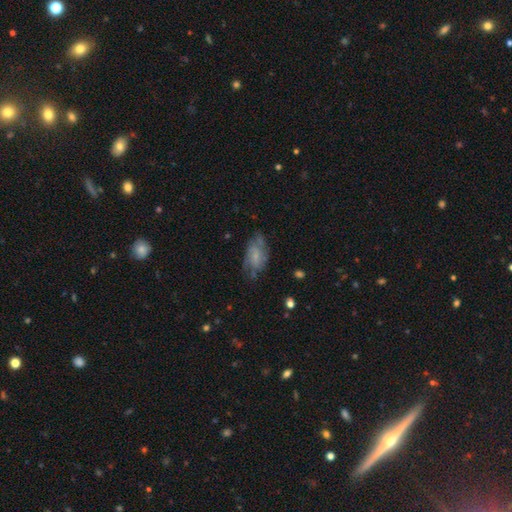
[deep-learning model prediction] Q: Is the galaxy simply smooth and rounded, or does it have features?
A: featured or disk — 57%.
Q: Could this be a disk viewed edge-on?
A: no — 95%.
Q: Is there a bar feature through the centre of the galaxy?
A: no — 53%.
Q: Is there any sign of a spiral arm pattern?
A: yes — 79%.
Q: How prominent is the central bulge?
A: small — 57%.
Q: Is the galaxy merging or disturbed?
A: none — 54%.